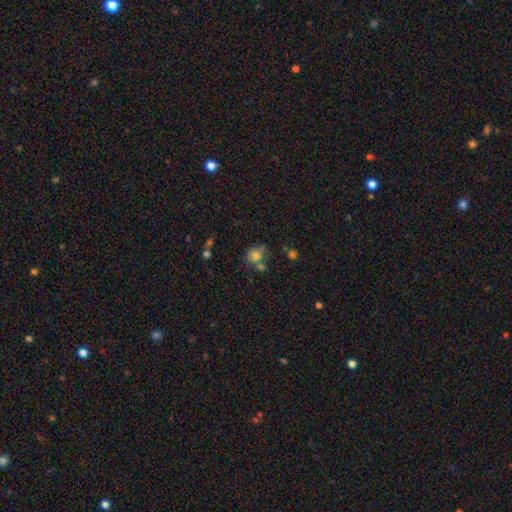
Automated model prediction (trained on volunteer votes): This is likely a smooth galaxy (73%). How rounded: likely round (62%). Merging: possibly none (46%).